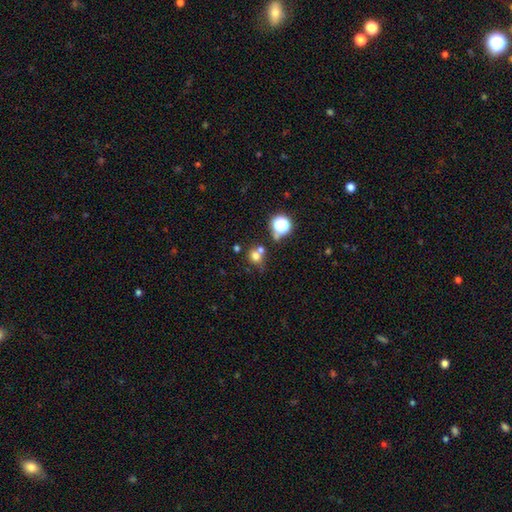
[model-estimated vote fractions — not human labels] The model was most divided on "merging": none: 50%, merger: 33%, minor disturbance: 11%, major disturbance: 6%. More confident: how rounded — round (80%); smooth or featured — smooth (70%).